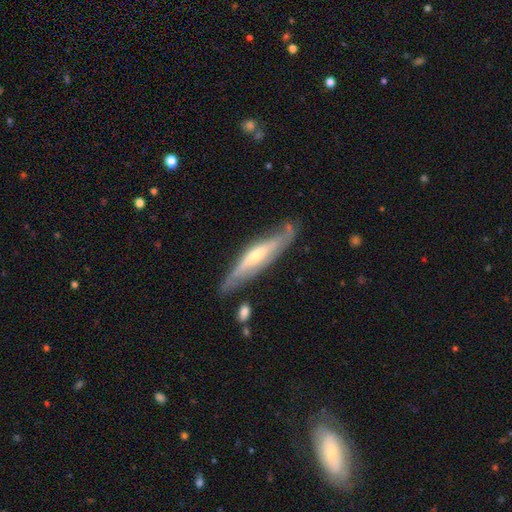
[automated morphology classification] Overall: featured or disk (67%; smooth 28%). Edge-on disk: yes (65%; no 35%). Merging: none (71%).